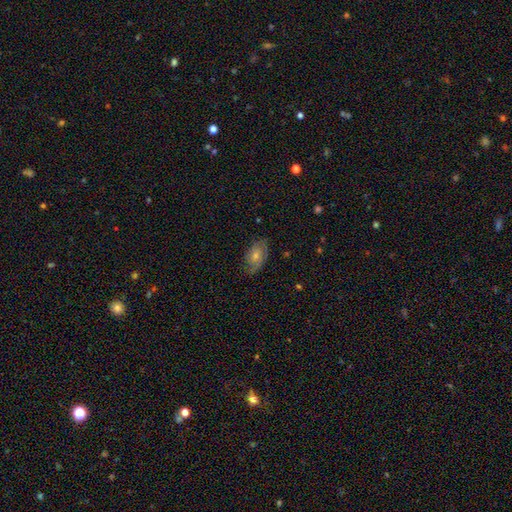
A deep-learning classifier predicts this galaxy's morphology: type=featured or disk (55%); edge-on=no (93%); bar=no (74%); spiral arms=yes (79%); bulge=moderate (51%); merging=none (73%).